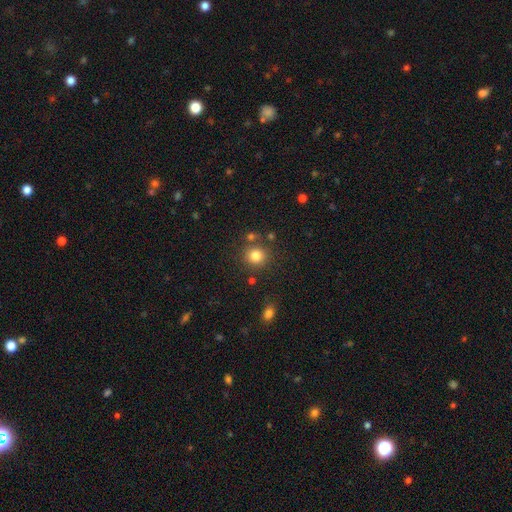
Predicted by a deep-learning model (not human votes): Smooth or featured?
  - smooth: 81% *
  - star or artifact: 12%
  - featured or disk: 6%
How rounded?
  - round: 90% *
  - in between: 9%
  - cigar-shaped: 1%
Merging?
  - none: 80% *
  - minor disturbance: 8%
  - merger: 8%
  - major disturbance: 3%